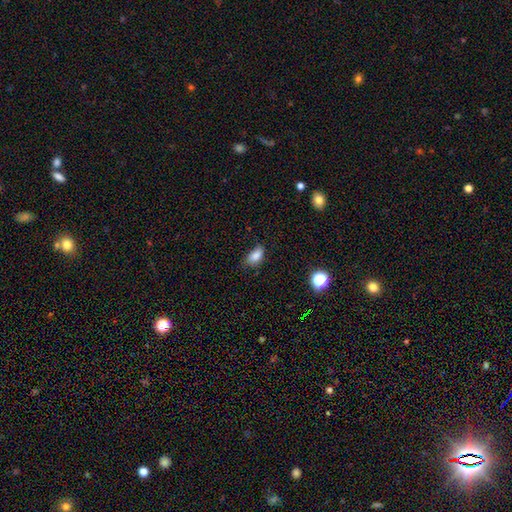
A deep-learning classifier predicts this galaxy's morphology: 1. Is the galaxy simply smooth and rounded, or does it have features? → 82% smooth, 10% star or artifact, 7% featured or disk.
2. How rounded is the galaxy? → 89% in between, 8% round, 4% cigar-shaped.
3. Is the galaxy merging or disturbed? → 58% none, 31% minor disturbance, 8% major disturbance, 2% merger.